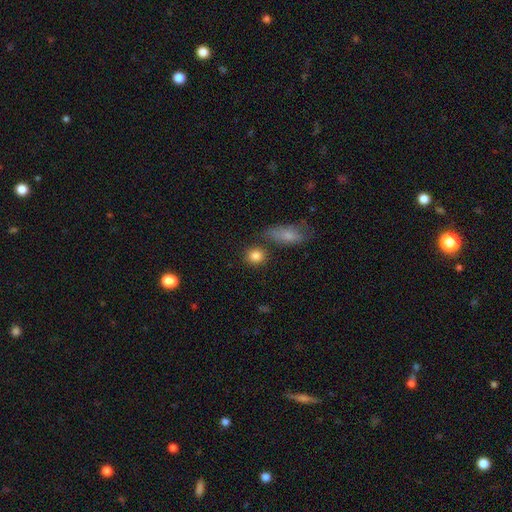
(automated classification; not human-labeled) Morphology: type=smooth (85%); roundness=round (78%); merging=none (75%).